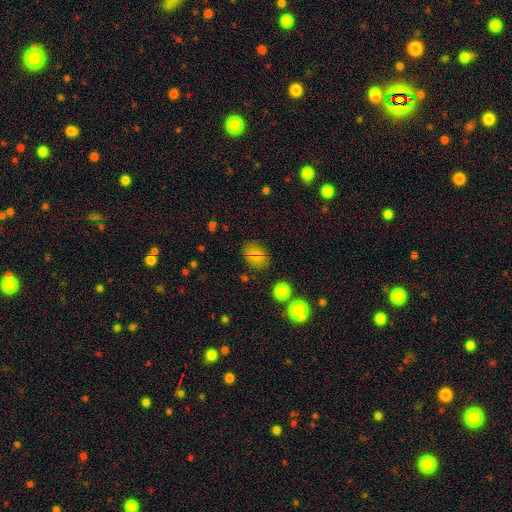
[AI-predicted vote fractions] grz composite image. It shows a smooth galaxy with no disk features (77%) that is in between round and cigar-shaped (69%). Merging: none (82%).